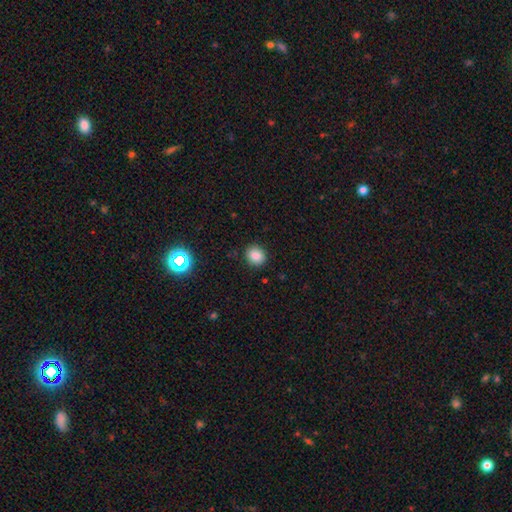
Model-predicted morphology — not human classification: Q: Smooth or featured?
A: smooth (84%); runner-up: star or artifact (12%)
Q: How rounded?
A: round (76%); runner-up: in between (23%)
Q: Merging?
A: none (89%); runner-up: minor disturbance (8%)